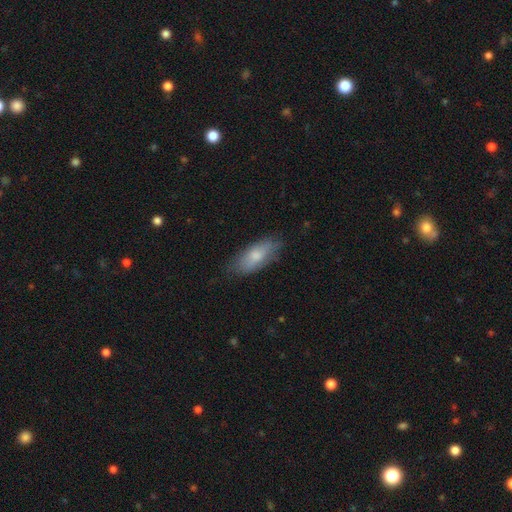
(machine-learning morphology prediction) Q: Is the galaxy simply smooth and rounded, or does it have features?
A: smooth — 73%.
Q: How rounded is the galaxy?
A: in between — 77%.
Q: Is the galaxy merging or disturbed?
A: none — 74%.